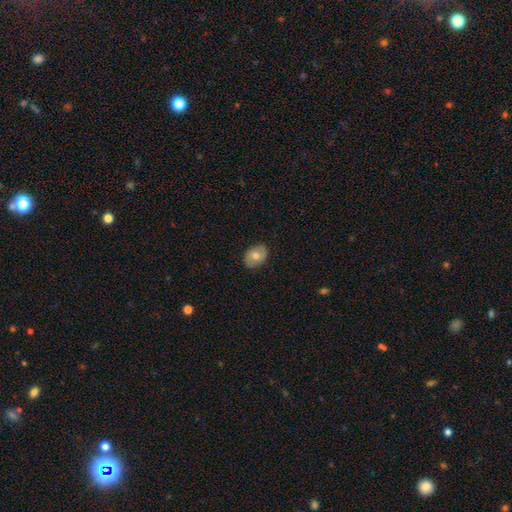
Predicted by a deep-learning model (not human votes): smooth-or-featured: smooth: 65% | featured or disk: 28% | star or artifact: 7%
  how-rounded: in between: 71% | round: 28% | cigar-shaped: 1%
  merging: none: 85% | minor disturbance: 12% | major disturbance: 2% | merger: 1%